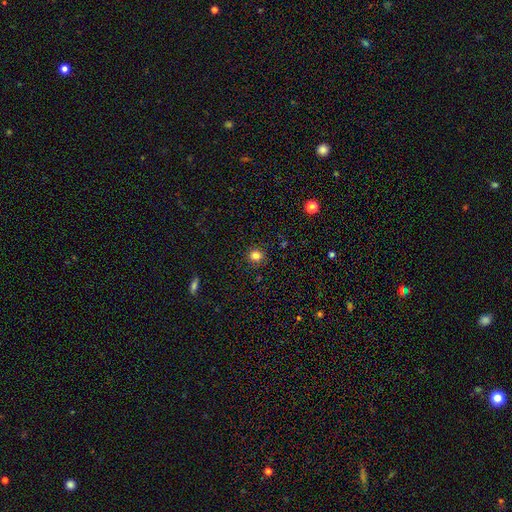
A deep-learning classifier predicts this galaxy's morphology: This appears to be a smooth galaxy with no disk features (83%) that is round (83%). Merging: none (88%).